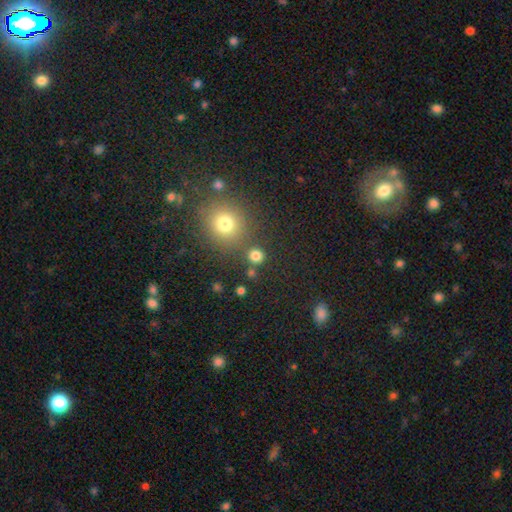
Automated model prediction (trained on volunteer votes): The model was most divided on "smooth or featured": smooth: 79%, star or artifact: 16%, featured or disk: 5%. More confident: how rounded — round (90%); merging — none (81%).